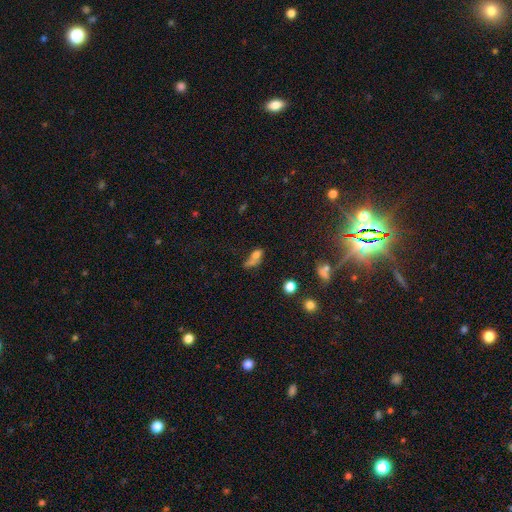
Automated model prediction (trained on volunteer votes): Smooth or featured? Predicted: smooth (p=0.60). How rounded? Predicted: in between (p=0.68). Merging? Predicted: major disturbance (p=0.32).